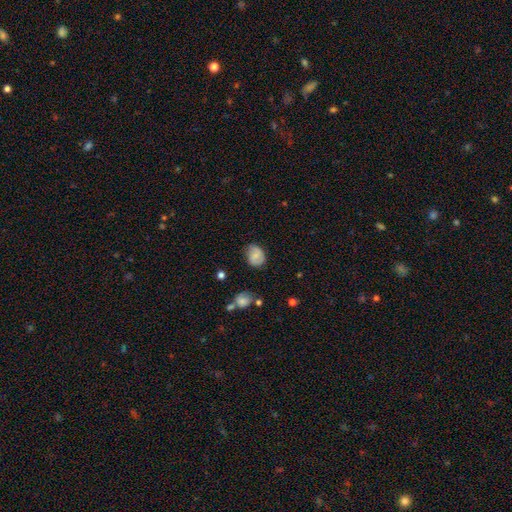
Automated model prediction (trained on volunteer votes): Smooth or featured?
  - smooth: 70% *
  - featured or disk: 21%
  - star or artifact: 9%
How rounded?
  - in between: 57% *
  - round: 42%
  - cigar-shaped: 1%
Merging?
  - none: 65% *
  - minor disturbance: 26%
  - major disturbance: 6%
  - merger: 2%